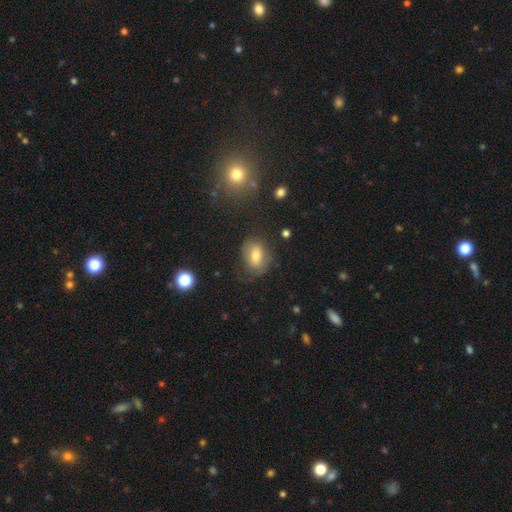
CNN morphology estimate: smooth 67%, featured or disk 20%, star or artifact 13%. Down the decision tree: how rounded — in between (70%); merging — none (71%).